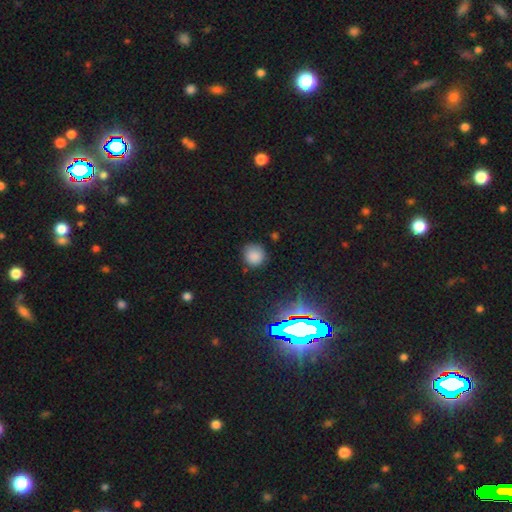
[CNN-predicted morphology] Smooth or featured? smooth (78%)
How rounded? round (90%)
Merging? none (82%)